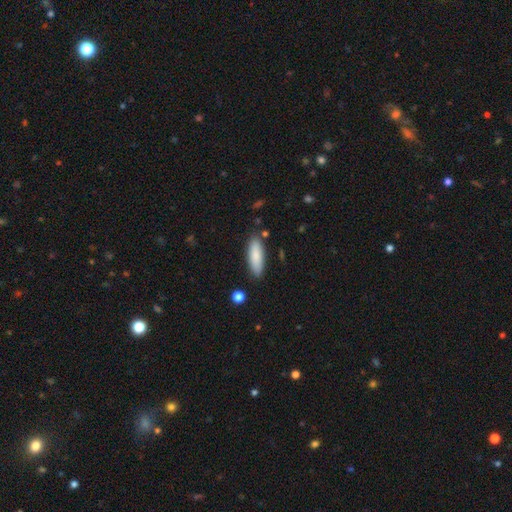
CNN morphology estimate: Smooth or featured? smooth (84%)
How rounded? in between (50%)
Merging? none (84%)